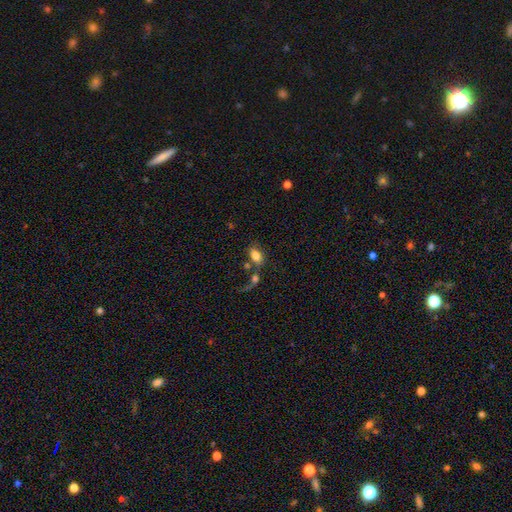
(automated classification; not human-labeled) The model was most divided on "merging": none: 51%, merger: 28%, minor disturbance: 12%, major disturbance: 9%. More confident: how rounded — in between (88%); smooth or featured — smooth (81%).